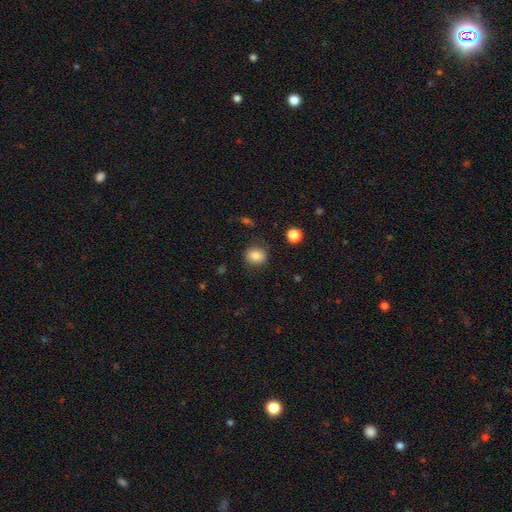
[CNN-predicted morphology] smooth 82%, star or artifact 10%, featured or disk 8%. Down the decision tree: how rounded — round (74%); merging — none (82%).